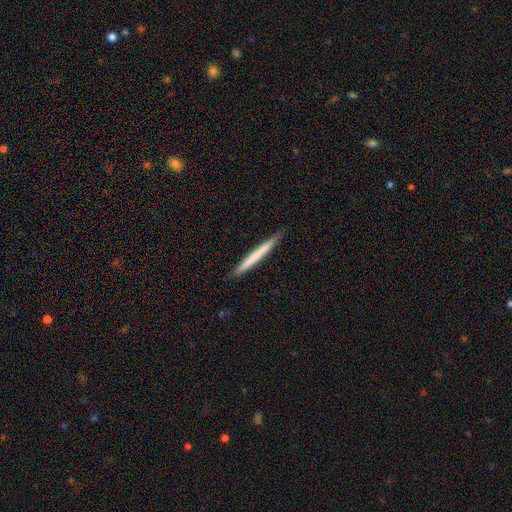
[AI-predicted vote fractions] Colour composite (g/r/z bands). It shows a smooth galaxy with no disk features (60%) that is cigar-shaped (97%). Merging: none (89%).